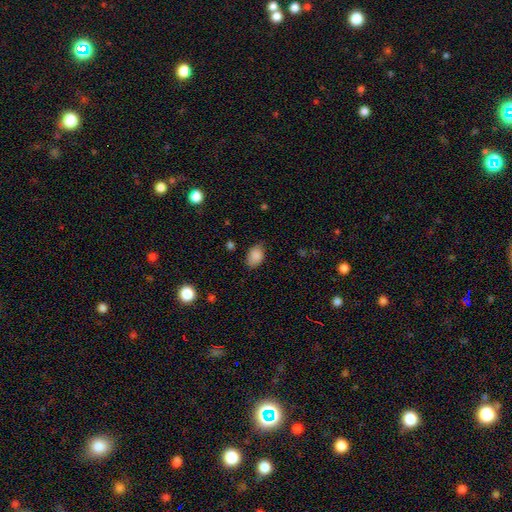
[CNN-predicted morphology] A smooth galaxy with no disk features (87%) that is in between round and cigar-shaped (84%). Merging: none (72%).